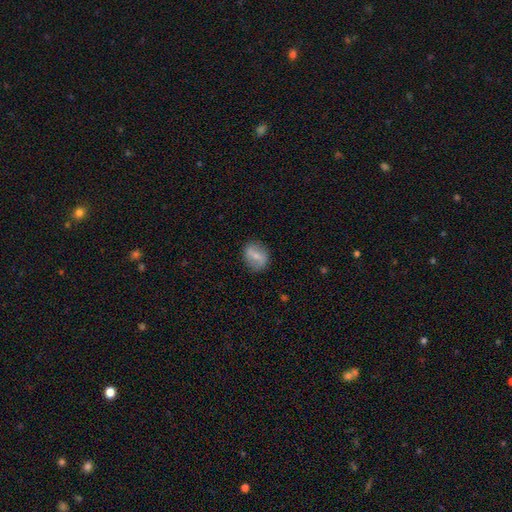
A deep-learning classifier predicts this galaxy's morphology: Smooth or featured?
  - smooth: 52% *
  - featured or disk: 40%
  - star or artifact: 8%
How rounded?
  - round: 53% *
  - in between: 45%
  - cigar-shaped: 2%
Merging?
  - none: 82% *
  - minor disturbance: 12%
  - major disturbance: 4%
  - merger: 1%